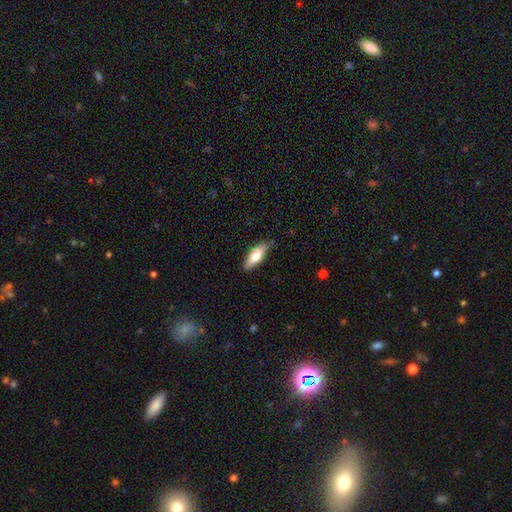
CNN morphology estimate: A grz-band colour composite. It shows a smooth galaxy with no disk features (57%) that is in between round and cigar-shaped (53%). Merging: none (78%).